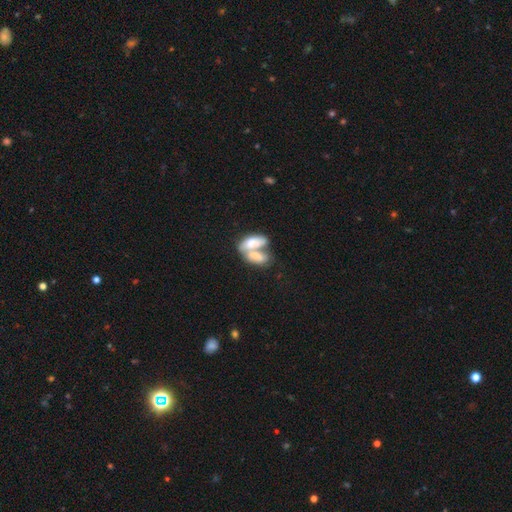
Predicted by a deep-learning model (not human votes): Morphology: type=smooth (64%); roundness=in between (90%); merging=merger (75%).